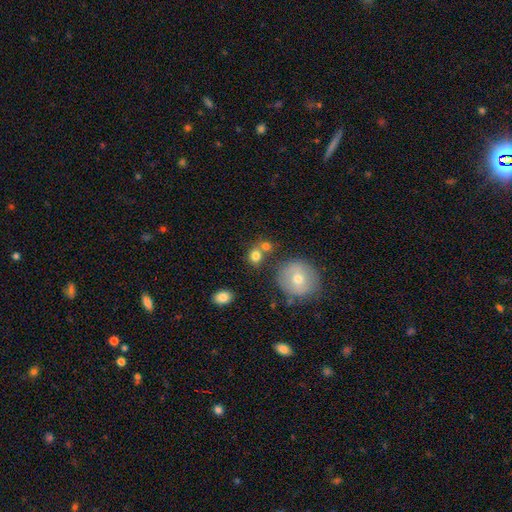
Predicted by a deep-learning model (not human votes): Overall: smooth (79%). How rounded: round (72%). Merging: none (56%; merger 29%).